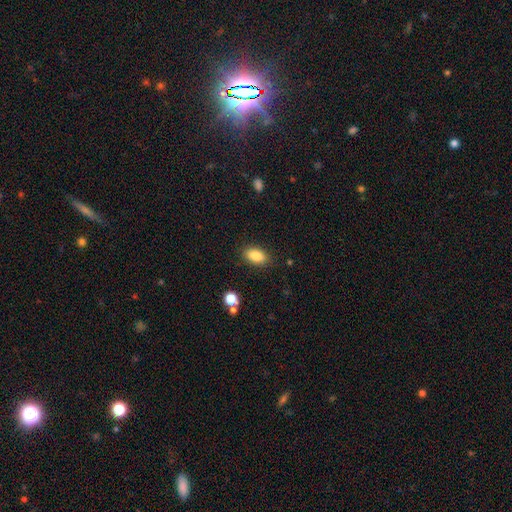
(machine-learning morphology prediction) A smooth galaxy with no disk features (85%) that is in between round and cigar-shaped (89%).

Vote fractions:
- Smooth or featured? smooth: 85% / star or artifact: 8% / featured or disk: 6%
- How rounded? in between: 89% / round: 6% / cigar-shaped: 4%
- Merging? none: 87% / minor disturbance: 9% / major disturbance: 3% / merger: 1%